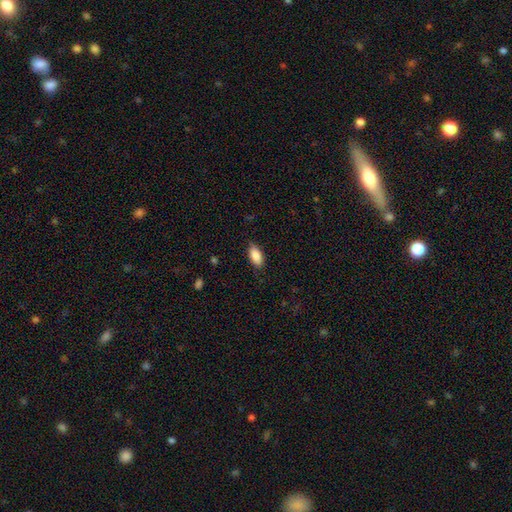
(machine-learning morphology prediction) This appears to be a smooth galaxy with no disk features (87%) that is in between round and cigar-shaped (90%). Merging: none (82%).